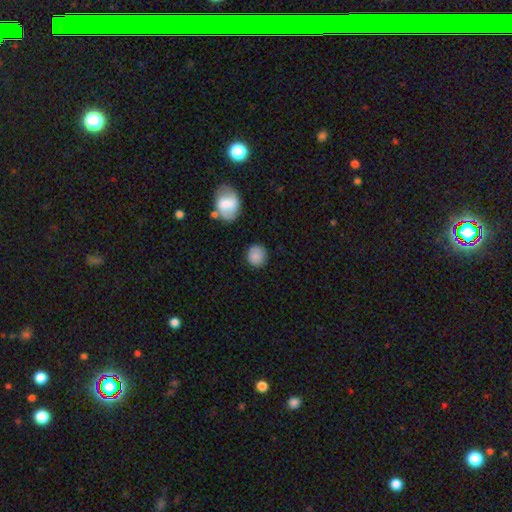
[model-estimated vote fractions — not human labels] Smooth or featured? Predicted: smooth (p=0.85). How rounded? Predicted: round (p=0.84). Merging? Predicted: none (p=0.81).